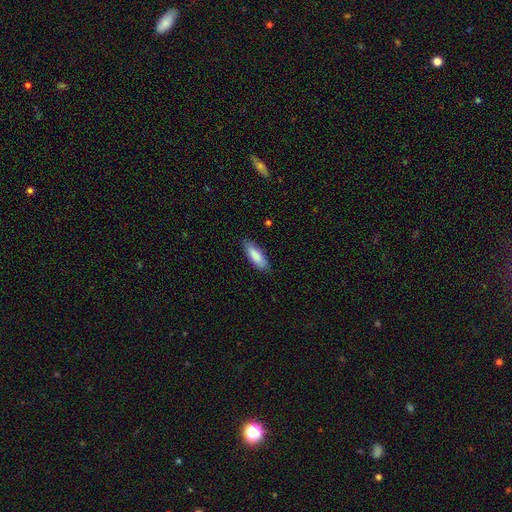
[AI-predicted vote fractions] Smooth or featured? Predicted: smooth (p=0.86). How rounded? Predicted: in between (p=0.58). Merging? Predicted: none (p=0.86).